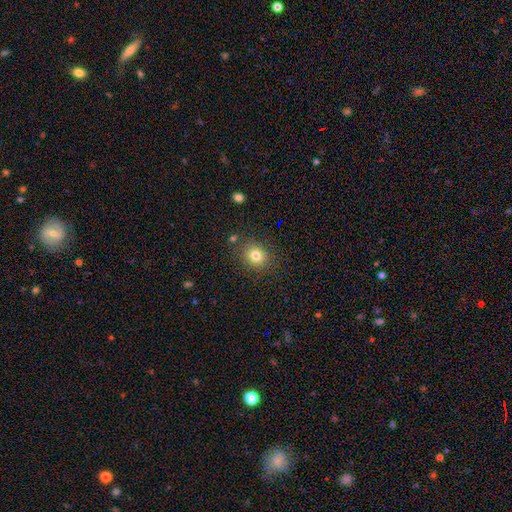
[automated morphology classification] smooth 79%, star or artifact 12%, featured or disk 8%. Down the decision tree: how rounded — round (77%); merging — none (84%).